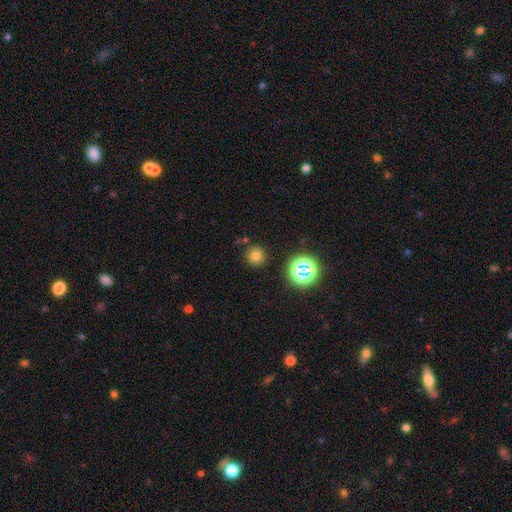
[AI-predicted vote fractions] A smooth galaxy with no disk features (71%) that is round (92%). Merging: none (84%).